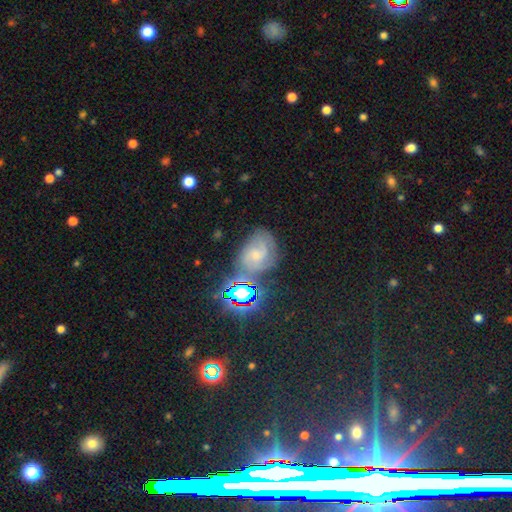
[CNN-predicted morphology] Smooth or featured? featured or disk (53%)
Edge-on disk? no (97%)
Bar? no (55%)
Spiral arms? yes (90%)
Bulge size? small (62%)
Merging? none (58%)